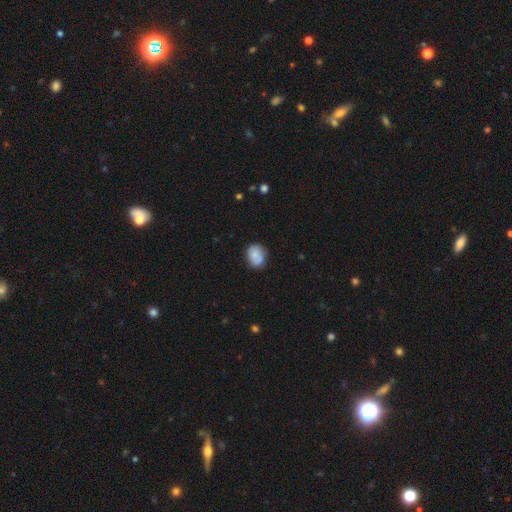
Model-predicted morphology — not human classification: Smooth or featured? Predicted: smooth (p=0.76). How rounded? Predicted: in between (p=0.51). Merging? Predicted: none (p=0.62).